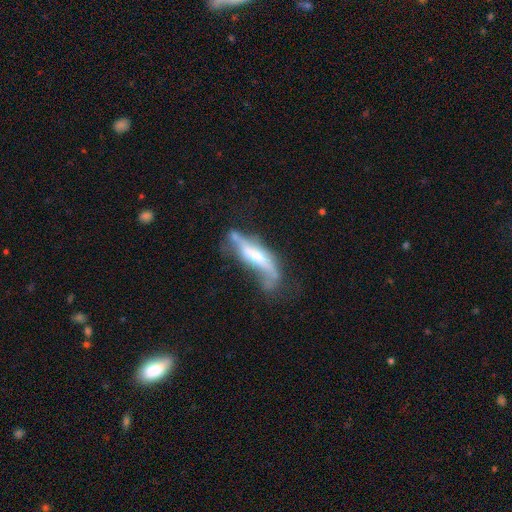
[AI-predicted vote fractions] Smooth or featured? featured or disk (63%)
Edge-on disk? yes (54%)
Merging? none (32%)